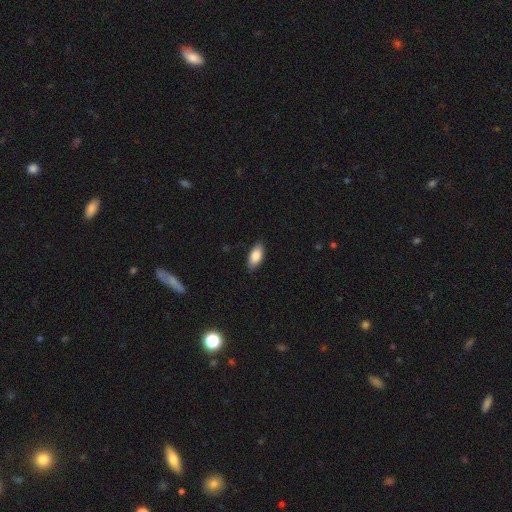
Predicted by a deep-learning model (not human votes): Morphology: type=smooth (84%); roundness=in between (89%); merging=none (86%).